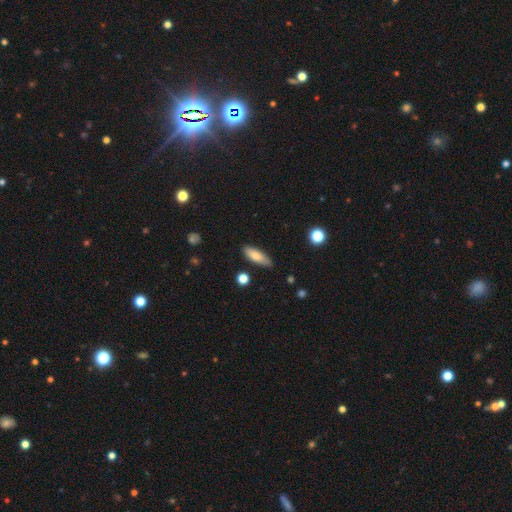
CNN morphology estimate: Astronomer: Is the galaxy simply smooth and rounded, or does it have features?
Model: smooth — 77%.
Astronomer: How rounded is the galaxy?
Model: in between — 58% (runner-up: cigar-shaped, 39%).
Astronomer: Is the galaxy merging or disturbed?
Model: none — 82%.